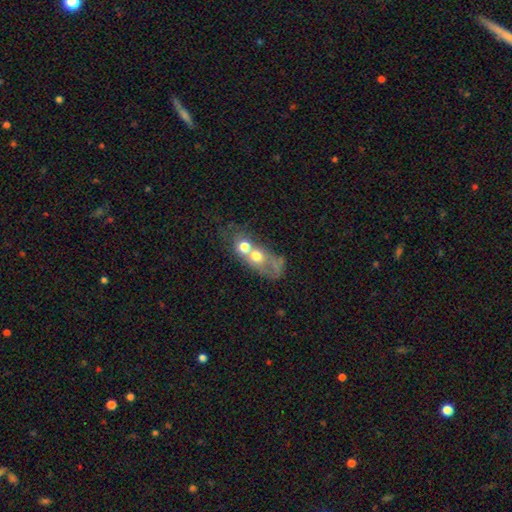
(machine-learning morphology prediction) Smooth or featured?
  - smooth: 52% *
  - featured or disk: 34%
  - star or artifact: 13%
How rounded?
  - round: 48% *
  - in between: 47%
  - cigar-shaped: 5%
Merging?
  - merger: 69% *
  - none: 15%
  - major disturbance: 9%
  - minor disturbance: 7%